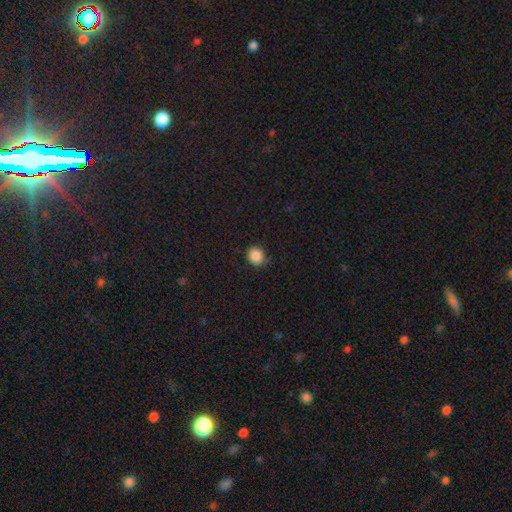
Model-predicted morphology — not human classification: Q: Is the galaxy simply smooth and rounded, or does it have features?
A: smooth — 86%.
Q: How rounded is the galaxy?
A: round — 84%.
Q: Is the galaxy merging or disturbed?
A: none — 75%.